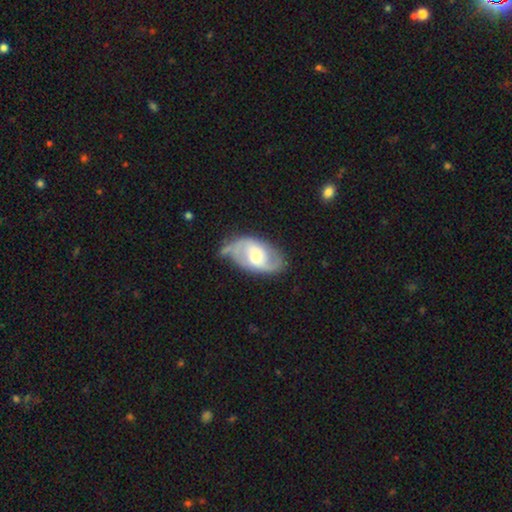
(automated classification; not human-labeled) Morphology: type=featured or disk (78%); edge-on=no (96%); bar=weak (45%); spiral arms=yes (91%); winding=medium (47%); arm count=2 (88%); bulge=moderate (56%); merging=none (68%).